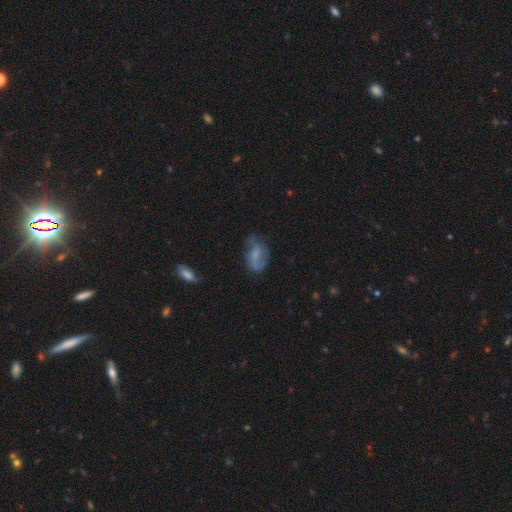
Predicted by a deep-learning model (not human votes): Smooth or featured? Predicted: featured or disk (p=0.61). Edge-on disk? Predicted: no (p=0.96). Bar? Predicted: no (p=0.45). Spiral arms? Predicted: yes (p=0.85). Bulge size? Predicted: none (p=0.44). Merging? Predicted: none (p=0.56).